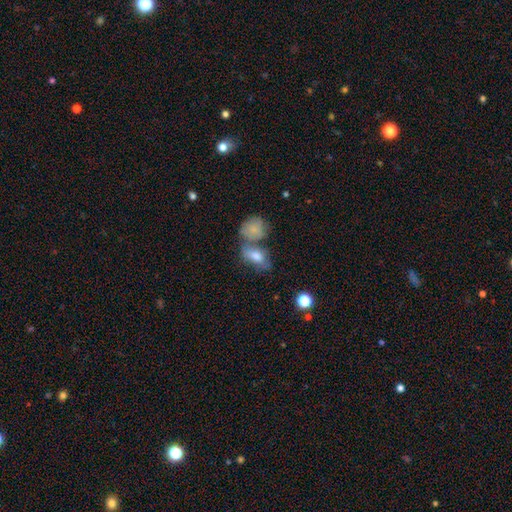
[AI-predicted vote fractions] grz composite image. It shows a smooth galaxy with no disk features (53%) that is in between round and cigar-shaped (69%). Merging: none (44%).